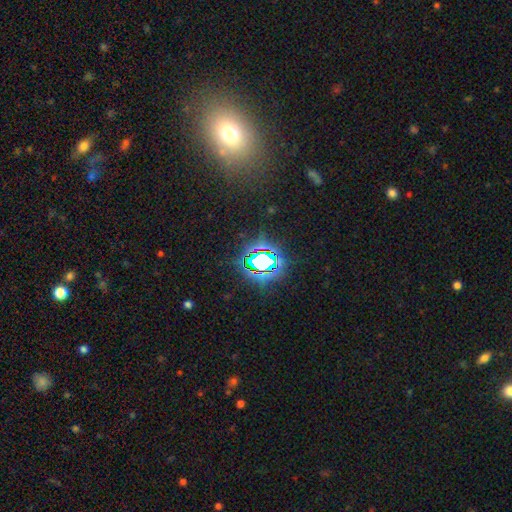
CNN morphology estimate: This is likely a star or artifact rather than a galaxy (75%).